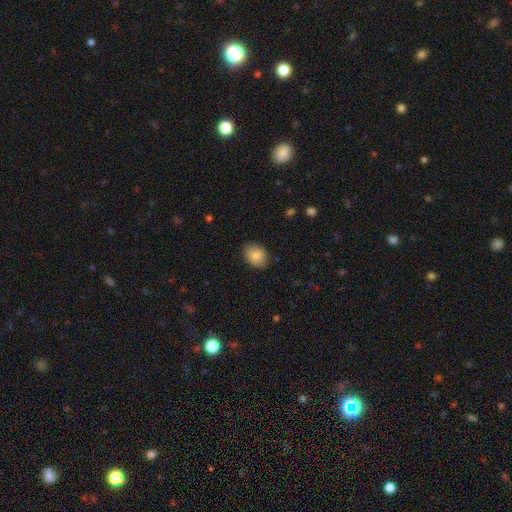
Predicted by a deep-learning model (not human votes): This is clearly a smooth galaxy (86%). How rounded: likely in between (65%). Merging: clearly none (85%).